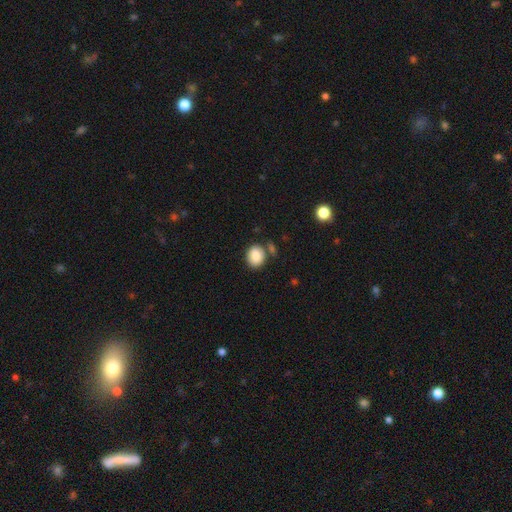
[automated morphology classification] Smooth or featured? smooth (87%)
How rounded? round (51%)
Merging? none (71%)